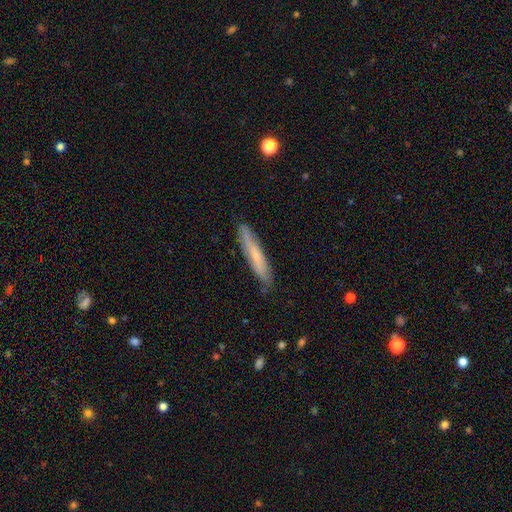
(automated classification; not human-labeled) Morphology: type=smooth (58%); roundness=cigar-shaped (91%); merging=none (82%).